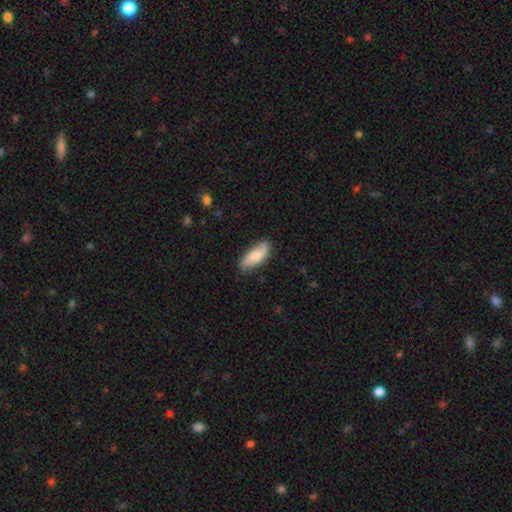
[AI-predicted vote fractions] This appears to be a smooth galaxy with no disk features (65%) that is in between round and cigar-shaped (67%). Merging: none (78%).